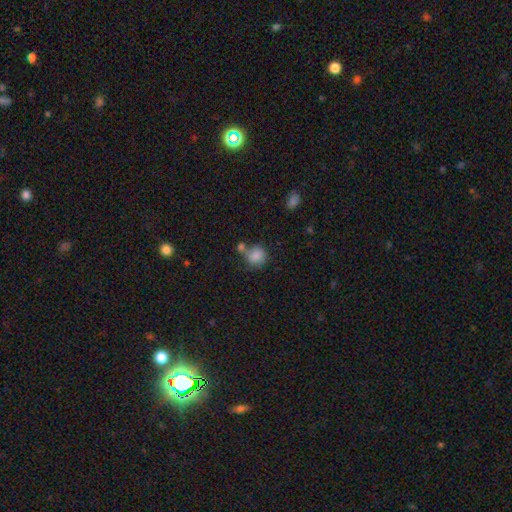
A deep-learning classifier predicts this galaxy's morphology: A smooth galaxy with no disk features (83%) that is round (77%).

Vote fractions:
- Smooth or featured? smooth: 83% / star or artifact: 9% / featured or disk: 8%
- How rounded? round: 77% / in between: 22% / cigar-shaped: 1%
- Merging? none: 51% / merger: 27% / minor disturbance: 16% / major disturbance: 6%